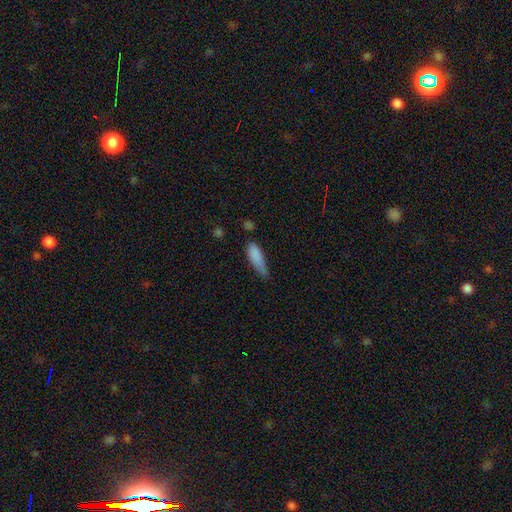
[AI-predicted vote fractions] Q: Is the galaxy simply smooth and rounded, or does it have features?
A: smooth — 83%.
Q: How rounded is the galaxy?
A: in between — 51%.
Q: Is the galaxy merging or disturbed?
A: minor disturbance — 43%.